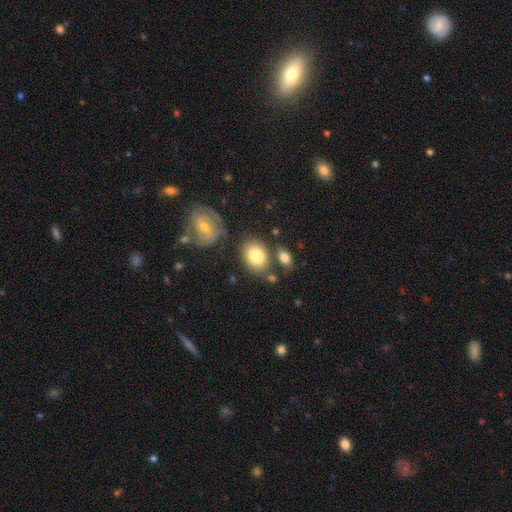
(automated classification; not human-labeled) This is clearly a smooth galaxy (82%). How rounded: likely in between (65%). Merging: likely none (63%).